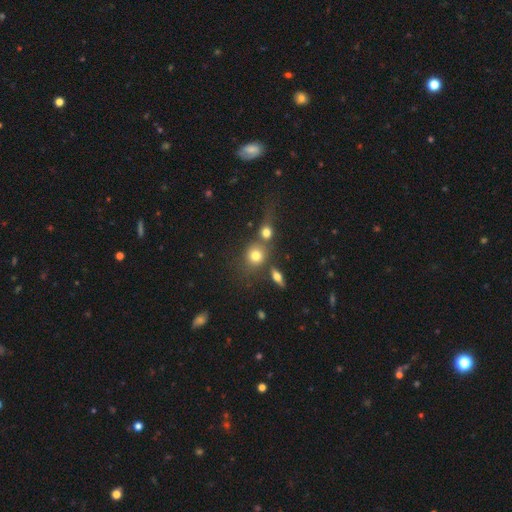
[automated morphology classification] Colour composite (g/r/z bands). It shows a smooth galaxy with no disk features (75%) that is round (79%). Merging: none (48%).